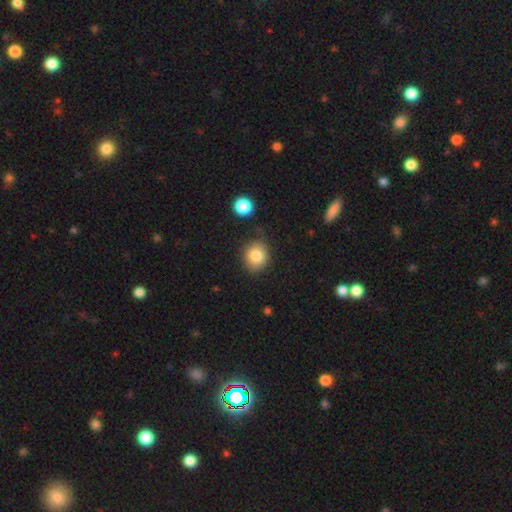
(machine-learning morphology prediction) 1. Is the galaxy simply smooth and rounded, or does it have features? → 83% smooth, 10% star or artifact, 7% featured or disk.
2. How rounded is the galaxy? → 76% round, 23% in between, 1% cigar-shaped.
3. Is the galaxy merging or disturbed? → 79% none, 13% minor disturbance, 4% merger, 3% major disturbance.